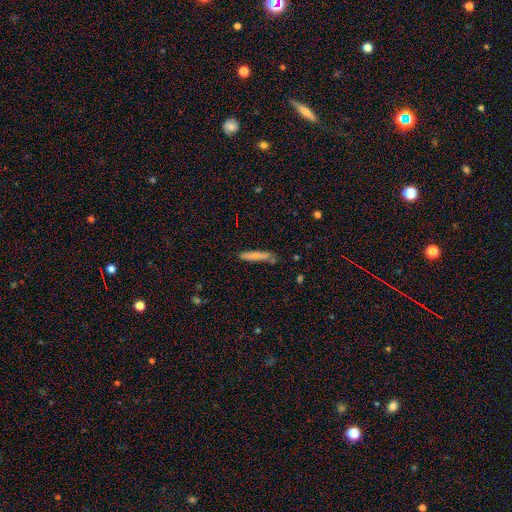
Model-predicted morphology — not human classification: smooth_or_featured: smooth (p=0.74) [alt: featured or disk p=0.19]
how_rounded: cigar-shaped (p=0.91) [alt: in between p=0.07]
merging: none (p=0.78) [alt: minor disturbance p=0.15]